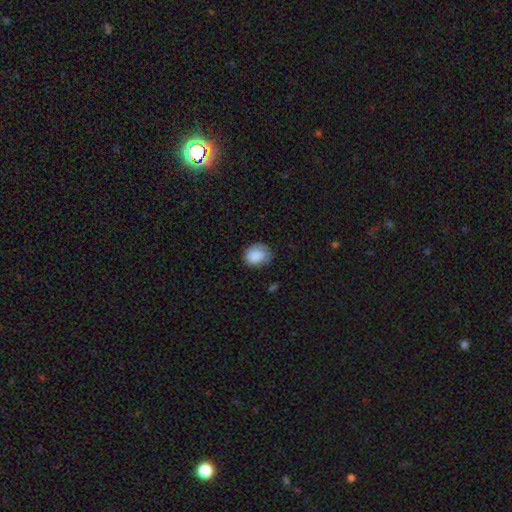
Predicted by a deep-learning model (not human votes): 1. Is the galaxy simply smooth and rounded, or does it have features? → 87% smooth, 7% star or artifact, 6% featured or disk.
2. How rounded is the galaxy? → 53% in between, 46% round, 1% cigar-shaped.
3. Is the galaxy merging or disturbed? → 69% none, 25% minor disturbance, 5% major disturbance, 1% merger.